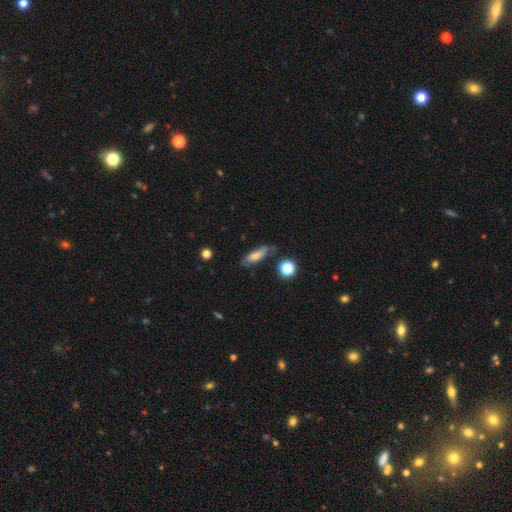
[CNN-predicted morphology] type=smooth (59%); roundness=in between (52%); merging=none (61%).